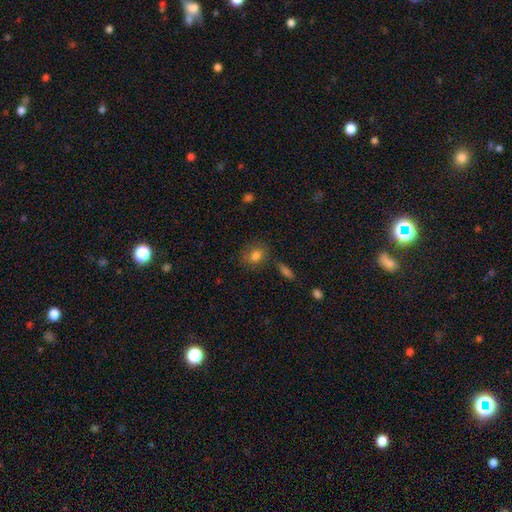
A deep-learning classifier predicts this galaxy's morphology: This is likely a smooth galaxy (80%). How rounded: possibly in between (51%). Merging: likely none (74%).